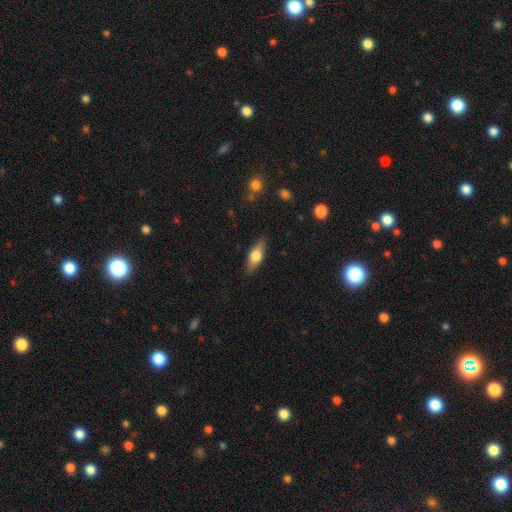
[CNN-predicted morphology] Overall: smooth (59%; featured or disk 34%). How rounded: in between (65%; cigar-shaped 32%). Merging: none (86%).